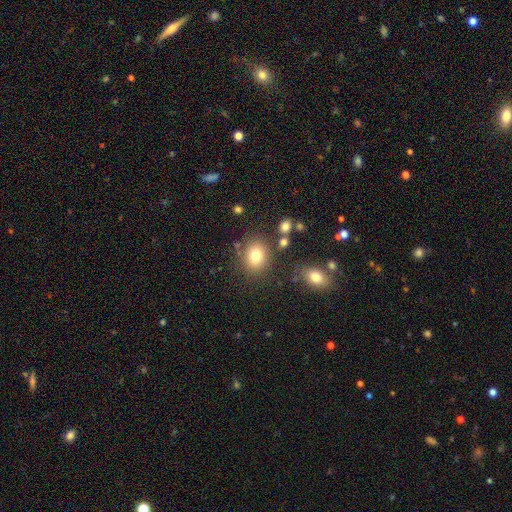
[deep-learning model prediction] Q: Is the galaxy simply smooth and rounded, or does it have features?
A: smooth — 78%.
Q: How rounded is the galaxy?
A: round — 56%.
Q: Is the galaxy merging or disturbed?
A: none — 79%.